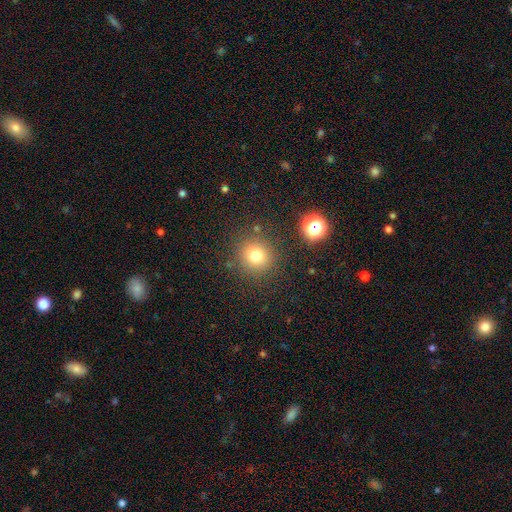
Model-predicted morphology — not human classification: Smooth or featured? smooth (77%)
How rounded? round (92%)
Merging? none (85%)